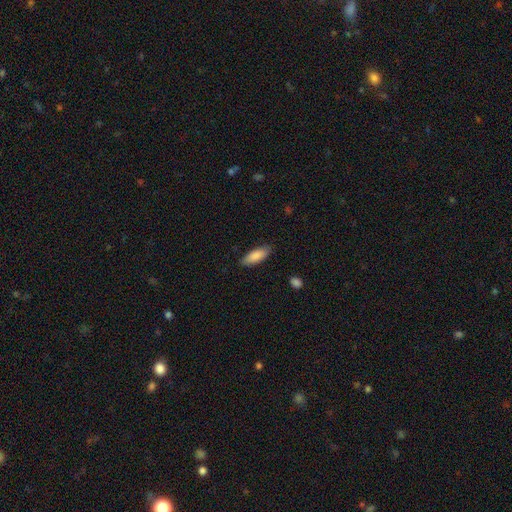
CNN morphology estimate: Smooth or featured: smooth — 86% (featured or disk — 8%)
How rounded: in between — 68% (cigar-shaped — 31%)
Merging: none — 85% (minor disturbance — 12%)